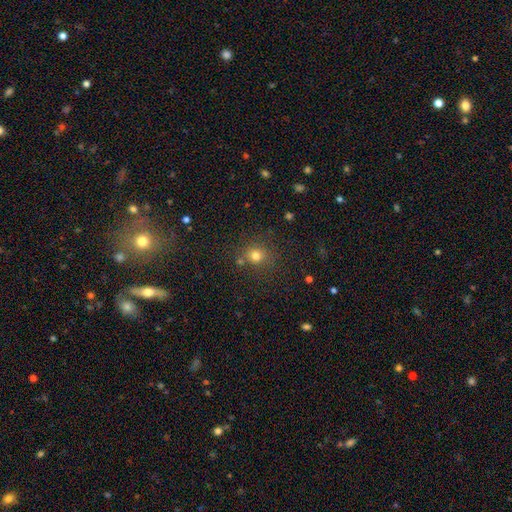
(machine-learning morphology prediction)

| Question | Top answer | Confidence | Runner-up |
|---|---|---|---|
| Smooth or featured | smooth | 75% | star or artifact (17%) |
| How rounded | round | 85% | in between (14%) |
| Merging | none | 74% | minor disturbance (11%) |